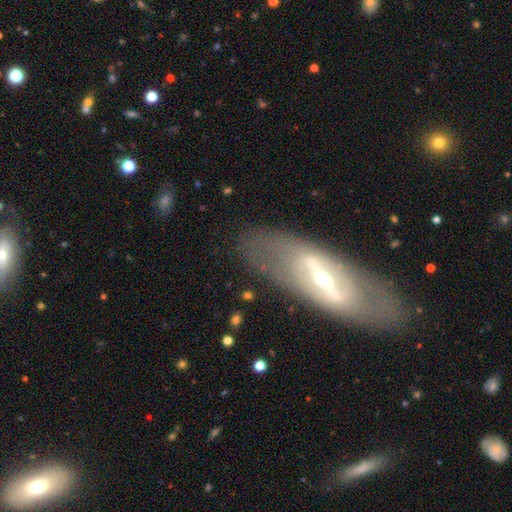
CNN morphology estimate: A featured or disk galaxy (74%) with a strong bar (55%), no spiral arms (55%) and a small central bulge (51%). Merging: none (82%).